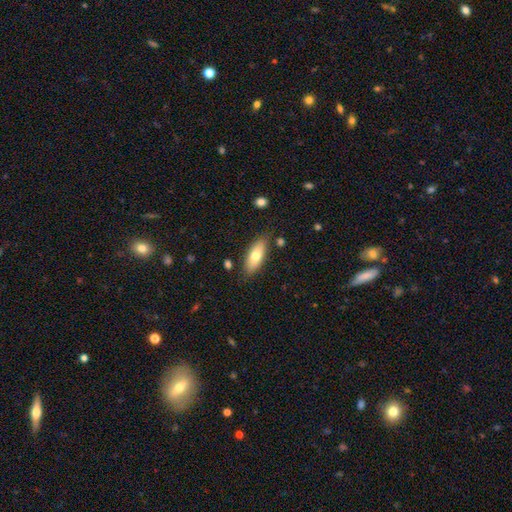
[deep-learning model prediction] Smooth or featured?
  - smooth: 73% *
  - featured or disk: 21%
  - star or artifact: 7%
How rounded?
  - in between: 78% *
  - cigar-shaped: 19%
  - round: 2%
Merging?
  - none: 80% *
  - minor disturbance: 14%
  - major disturbance: 3%
  - merger: 3%